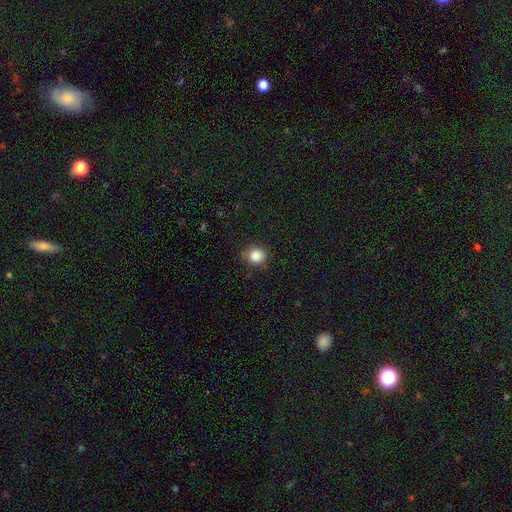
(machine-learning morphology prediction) A smooth galaxy with no disk features (86%) that is round (82%). Merging: none (81%).